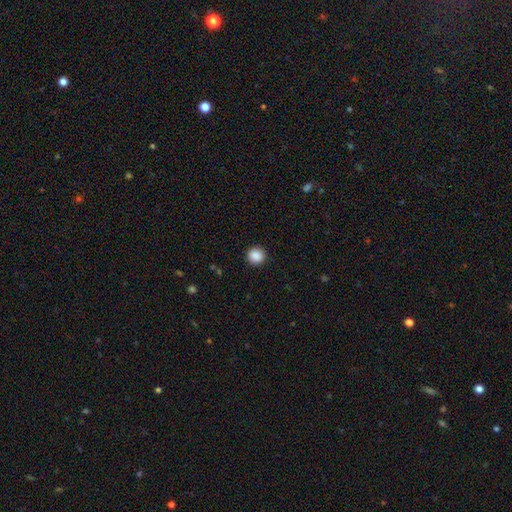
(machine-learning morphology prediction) smooth 88%, star or artifact 9%, featured or disk 3%. Down the decision tree: how rounded — round (94%); merging — none (92%).